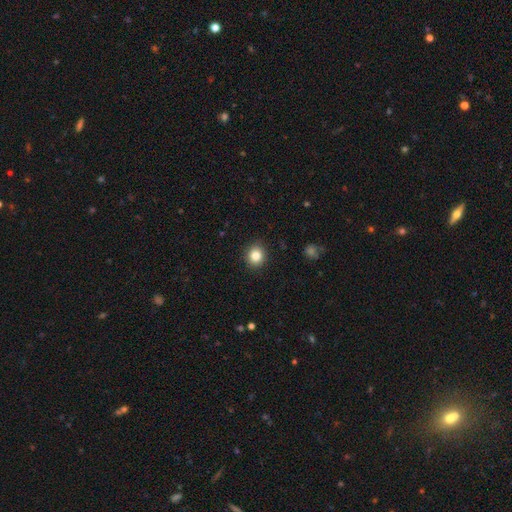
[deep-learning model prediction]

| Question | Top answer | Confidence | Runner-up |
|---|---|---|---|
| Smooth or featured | smooth | 83% | star or artifact (10%) |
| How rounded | round | 85% | in between (14%) |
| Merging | none | 91% | minor disturbance (6%) |